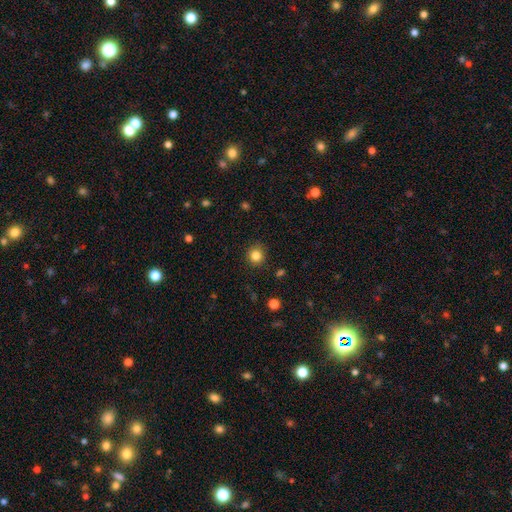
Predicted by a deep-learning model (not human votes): Q: Smooth or featured?
A: smooth (83%); runner-up: star or artifact (12%)
Q: How rounded?
A: round (91%); runner-up: in between (8%)
Q: Merging?
A: none (89%); runner-up: minor disturbance (8%)